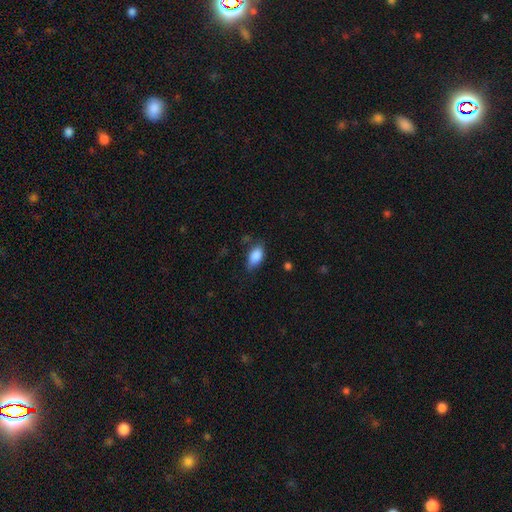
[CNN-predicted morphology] Smooth or featured: smooth — 87% (star or artifact — 7%)
How rounded: in between — 91% (round — 5%)
Merging: none — 64% (minor disturbance — 27%)